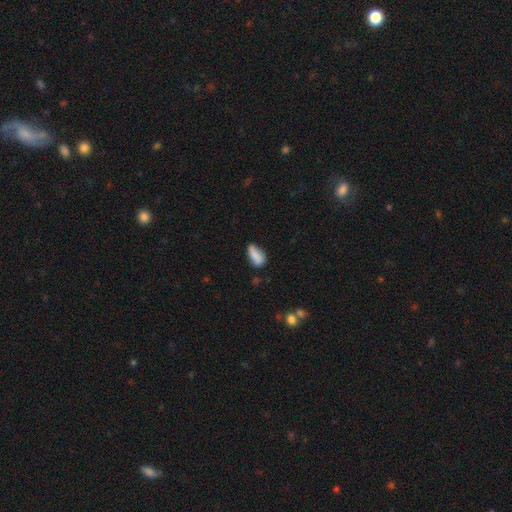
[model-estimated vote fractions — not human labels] Smooth or featured? smooth (84%)
How rounded? in between (84%)
Merging? none (60%)